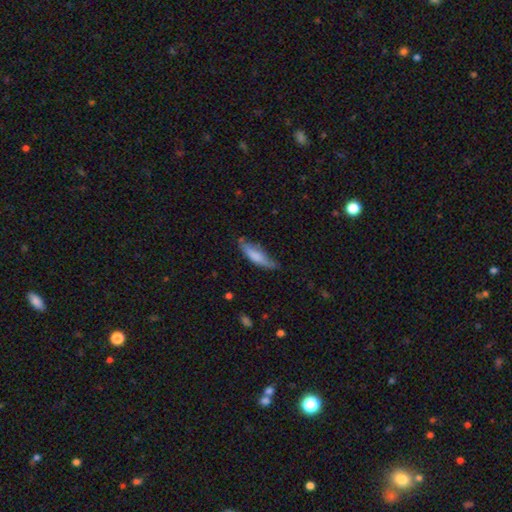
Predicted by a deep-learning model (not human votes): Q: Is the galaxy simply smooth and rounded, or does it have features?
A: smooth — 70%.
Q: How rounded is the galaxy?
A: cigar-shaped — 64%.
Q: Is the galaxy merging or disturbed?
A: none — 61%.